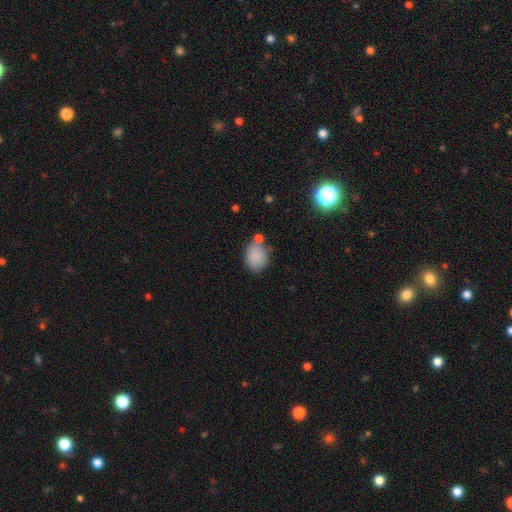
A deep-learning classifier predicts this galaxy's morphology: Smooth or featured?
  - smooth: 85% *
  - star or artifact: 9%
  - featured or disk: 6%
How rounded?
  - in between: 62% *
  - round: 37%
  - cigar-shaped: 1%
Merging?
  - none: 60% *
  - minor disturbance: 19%
  - merger: 15%
  - major disturbance: 6%